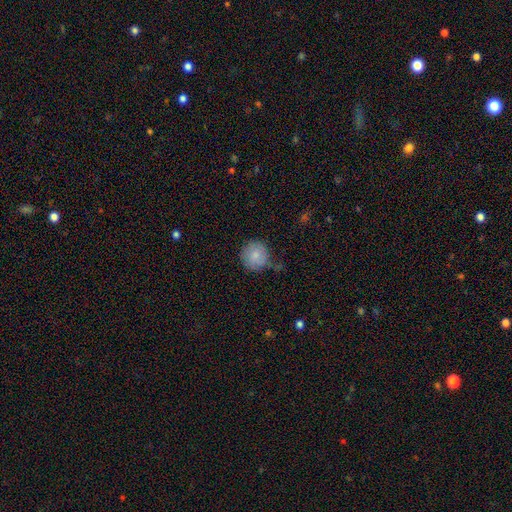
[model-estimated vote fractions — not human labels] smooth-or-featured: smooth: 81% | featured or disk: 11% | star or artifact: 8%
  how-rounded: round: 91% | in between: 8% | cigar-shaped: 1%
  merging: none: 60% | minor disturbance: 27% | major disturbance: 8% | merger: 5%